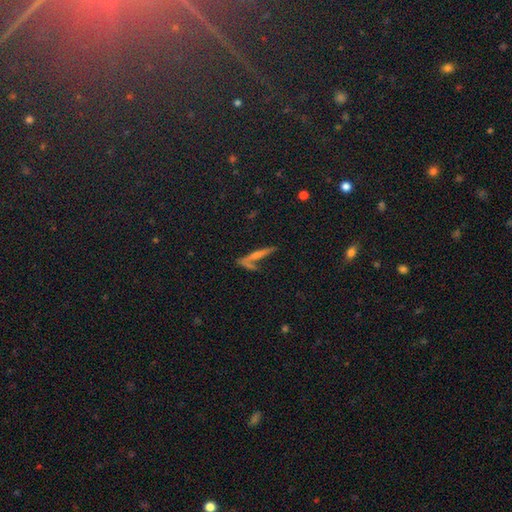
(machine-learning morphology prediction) Smooth or featured?
  - smooth: 48% *
  - featured or disk: 39%
  - star or artifact: 13%
Merging?
  - none: 56% *
  - merger: 18%
  - minor disturbance: 16%
  - major disturbance: 10%